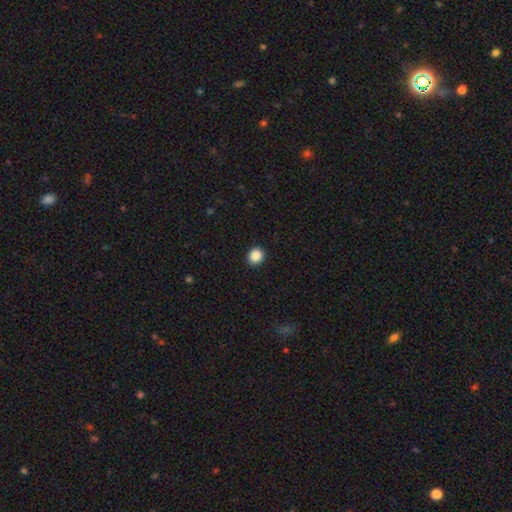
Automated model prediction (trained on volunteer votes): Smooth or featured? Predicted: smooth (p=0.88). How rounded? Predicted: round (p=0.79). Merging? Predicted: none (p=0.92).